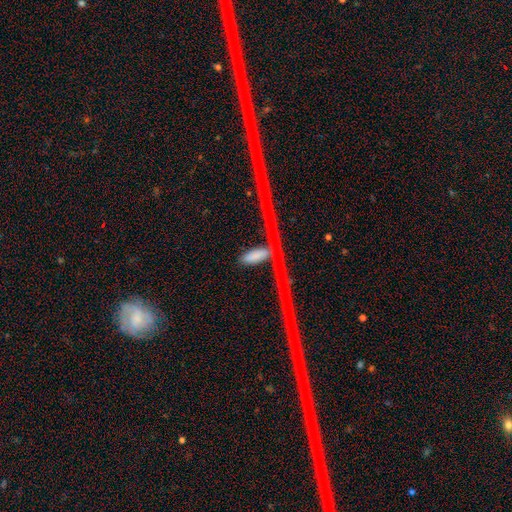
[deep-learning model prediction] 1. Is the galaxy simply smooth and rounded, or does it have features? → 61% smooth, 24% star or artifact, 15% featured or disk.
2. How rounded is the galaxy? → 81% in between, 13% cigar-shaped, 6% round.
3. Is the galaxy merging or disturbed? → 65% none, 15% minor disturbance, 13% merger, 8% major disturbance.